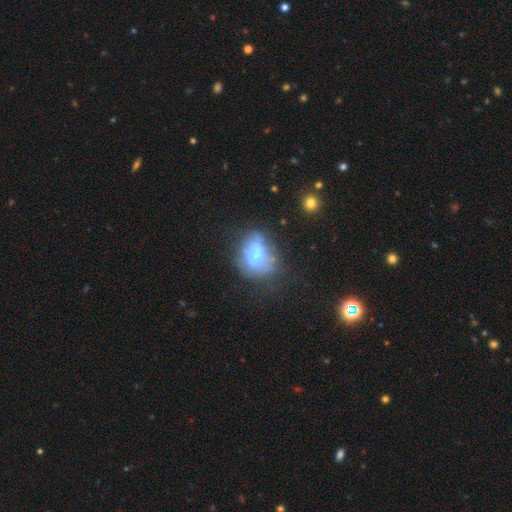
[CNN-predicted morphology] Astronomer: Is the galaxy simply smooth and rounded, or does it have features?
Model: smooth — 58%.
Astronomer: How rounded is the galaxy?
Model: round — 52% (runner-up: in between, 46%).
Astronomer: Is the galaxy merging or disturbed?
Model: none — 52% (runner-up: minor disturbance, 28%).